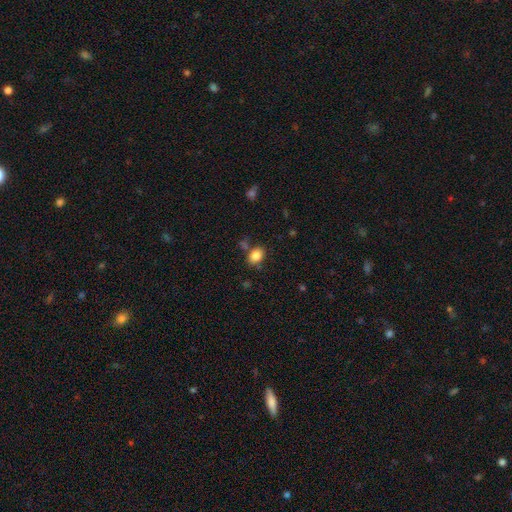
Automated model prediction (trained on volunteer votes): Smooth or featured?
  - smooth: 85% *
  - star or artifact: 10%
  - featured or disk: 5%
How rounded?
  - in between: 63% *
  - round: 36%
  - cigar-shaped: 1%
Merging?
  - none: 73% *
  - minor disturbance: 14%
  - merger: 9%
  - major disturbance: 4%